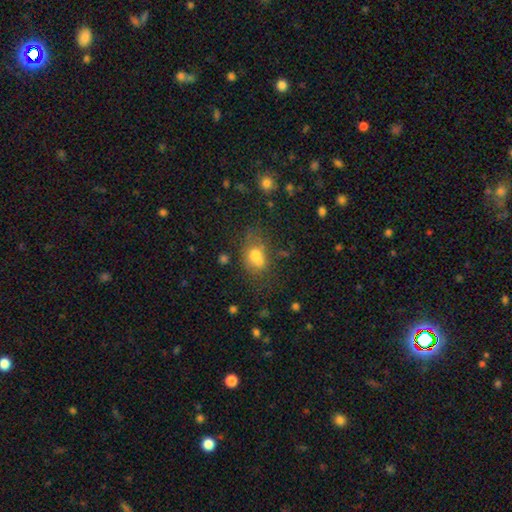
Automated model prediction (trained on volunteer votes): Smooth or featured?
  - smooth: 68% *
  - featured or disk: 17%
  - star or artifact: 15%
How rounded?
  - in between: 52% *
  - round: 46%
  - cigar-shaped: 2%
Merging?
  - merger: 41% *
  - none: 36%
  - minor disturbance: 15%
  - major disturbance: 8%